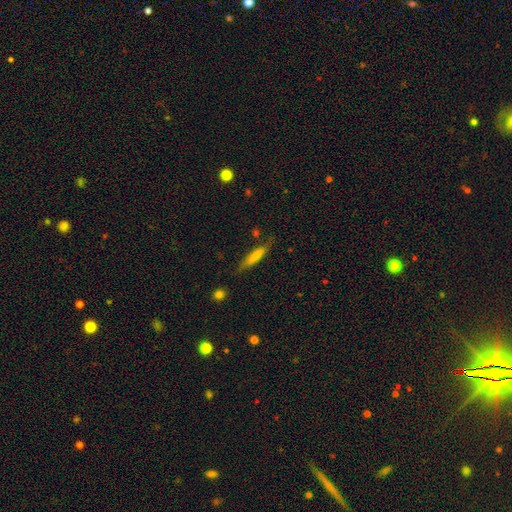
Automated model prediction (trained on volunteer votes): Q: Smooth or featured?
A: smooth (65%); runner-up: featured or disk (28%)
Q: How rounded?
A: cigar-shaped (84%); runner-up: in between (14%)
Q: Merging?
A: none (74%); runner-up: minor disturbance (18%)